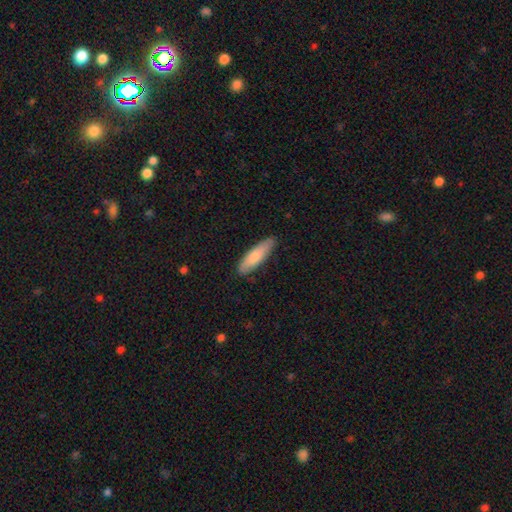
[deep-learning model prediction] A smooth galaxy with no disk features (78%) that is cigar-shaped (62%). Merging: none (85%).